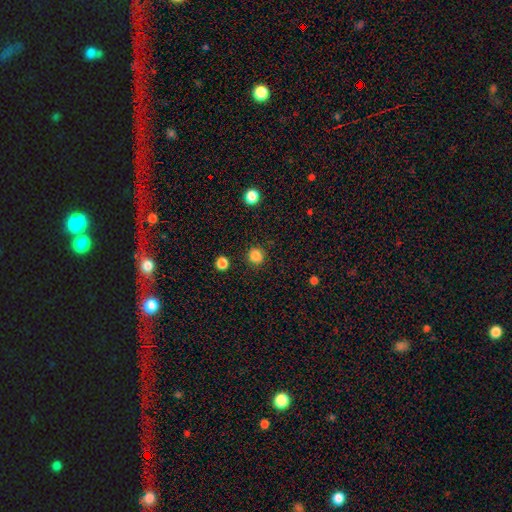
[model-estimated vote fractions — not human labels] Smooth or featured? smooth (85%)
How rounded? round (94%)
Merging? none (91%)